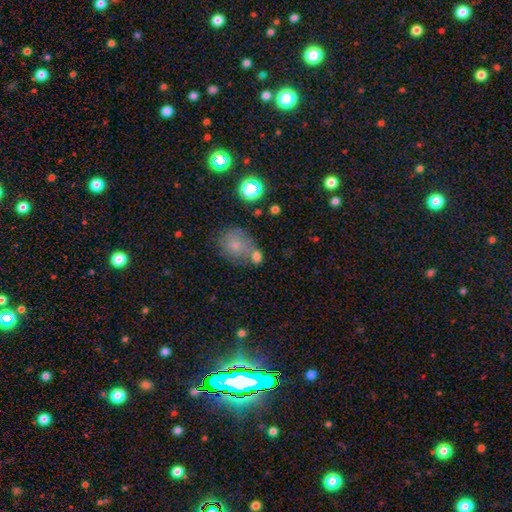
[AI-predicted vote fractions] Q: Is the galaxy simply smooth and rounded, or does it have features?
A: smooth — 67%.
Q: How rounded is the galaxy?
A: round — 58%.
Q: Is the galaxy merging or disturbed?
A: none — 41%.